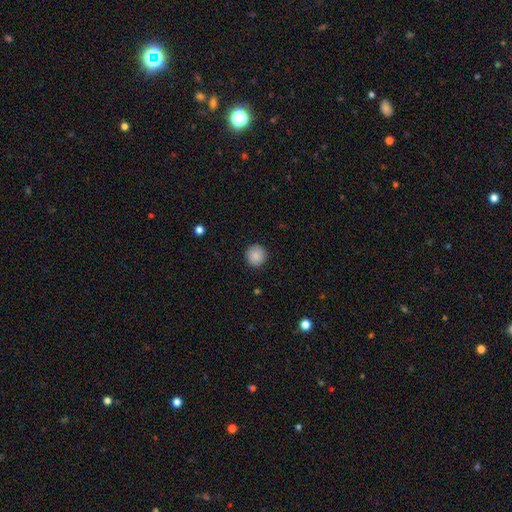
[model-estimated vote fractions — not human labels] A smooth galaxy with no disk features (87%) that is round (95%).

Vote fractions:
- Smooth or featured? smooth: 87% / star or artifact: 8% / featured or disk: 5%
- How rounded? round: 95% / in between: 4% / cigar-shaped: 1%
- Merging? none: 91% / minor disturbance: 6% / major disturbance: 2% / merger: 1%